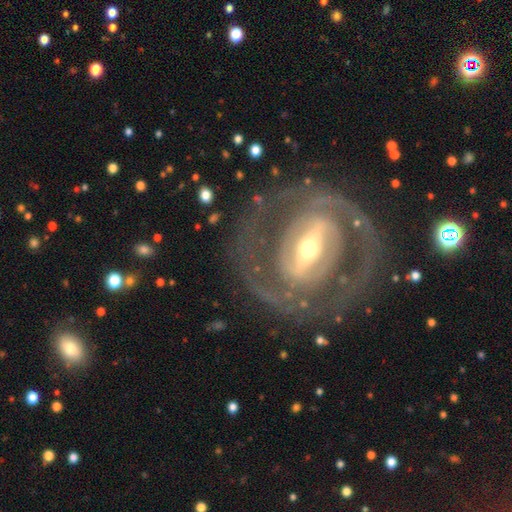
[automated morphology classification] This is clearly a featured or disk galaxy (88%). It is clearly not viewed edge-on (94%). Bar: likely strong (62%). Spiral arm pattern: clearly yes (86%). Spiral arm count: likely 2 (70%). Spiral winding: possibly tight (57%). Central bulge: possibly moderate (49%). Merging: likely none (78%).